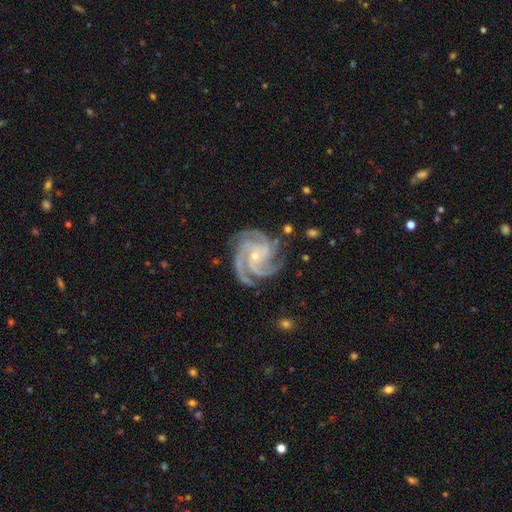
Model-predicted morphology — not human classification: The model was most divided on "spiral arm count": 4: 42%, 3: 41%, 2: 4%, can't tell: 4%, more than 4: 4%, 1: 4%. More confident: spiral arms — yes (99%); edge-on disk — no (98%); smooth or featured — featured or disk (93%); merging — none (79%); bulge size — small (74%); bar — no (67%); spiral winding — tight (67%).